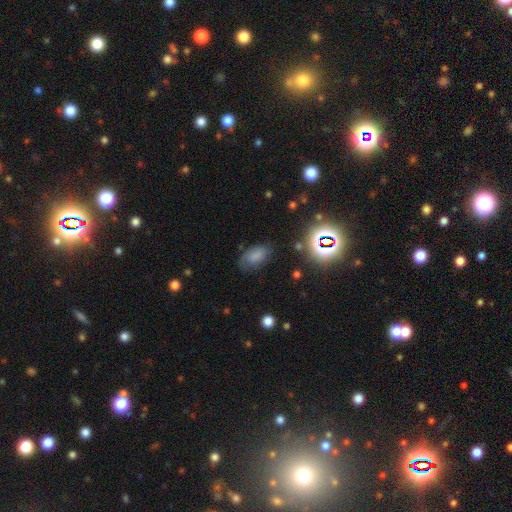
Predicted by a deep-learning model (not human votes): Morphology: type=smooth (65%); roundness=in between (90%); merging=none (65%).